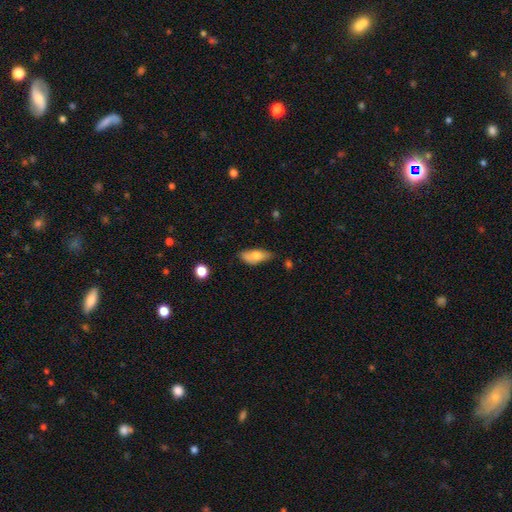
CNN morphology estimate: This appears to be a smooth galaxy with no disk features (69%) that is in between round and cigar-shaped (81%). Merging: none (51%).